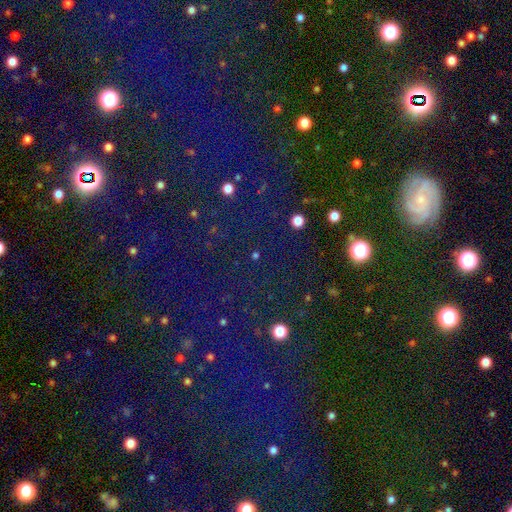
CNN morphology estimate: Smooth or featured?
  - star or artifact: 69% *
  - smooth: 18%
  - featured or disk: 13%